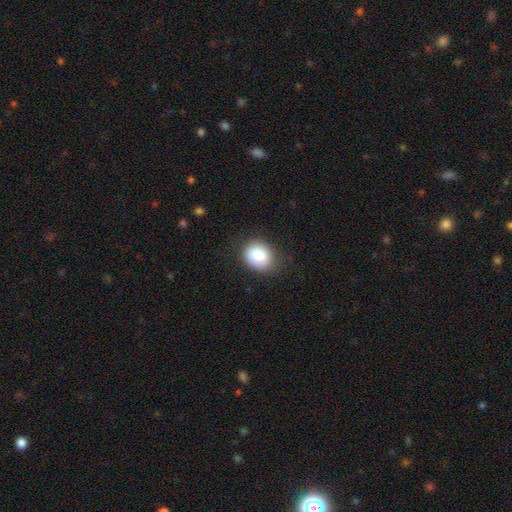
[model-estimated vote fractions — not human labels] Smooth or featured? Predicted: smooth (p=0.86). How rounded? Predicted: round (p=0.57). Merging? Predicted: none (p=0.81).